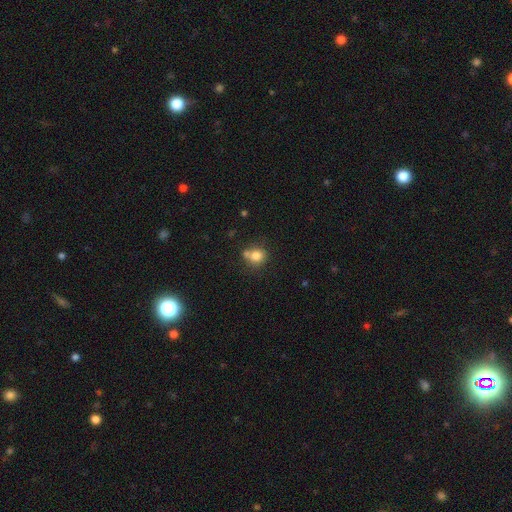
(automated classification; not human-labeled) A smooth galaxy with no disk features (79%) that is round (77%). Merging: none (53%).